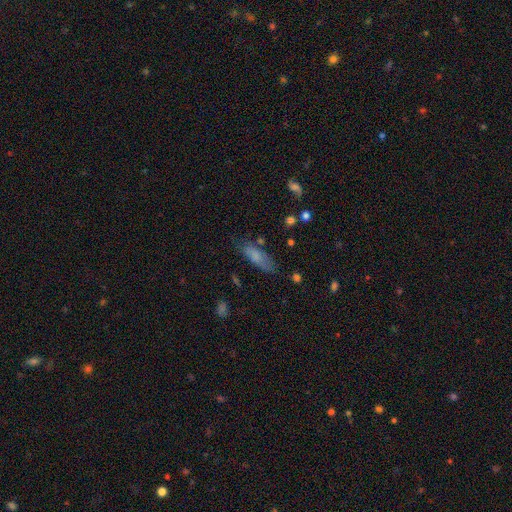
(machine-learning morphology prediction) type=smooth (75%); roundness=in between (58%); merging=none (67%).